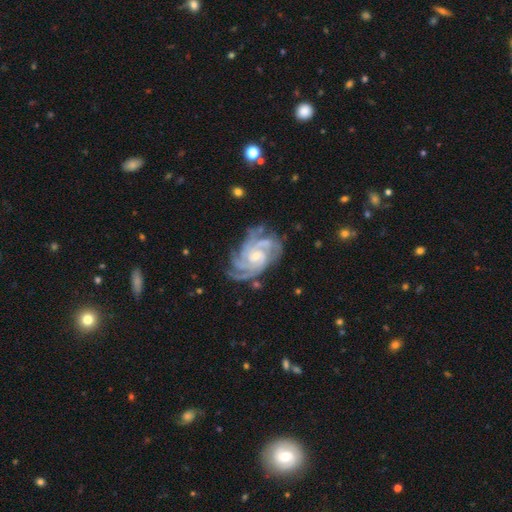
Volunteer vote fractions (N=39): Overall: featured or disk (95%). Edge-on disk: no (97%). Bar: no (56%; weak 31%). Spiral arms: yes (100%). Spiral arm count: 4 (75%). Spiral winding: tight (78%). Bulge size: moderate (53%; small 42%). Merging: none (74%).